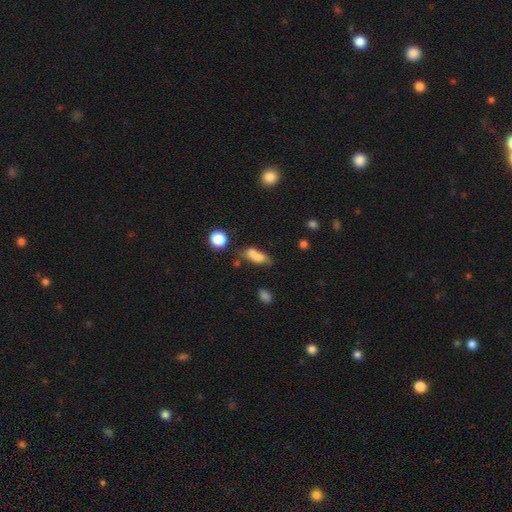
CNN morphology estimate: Smooth or featured? smooth (72%)
How rounded? in between (71%)
Merging? none (39%)